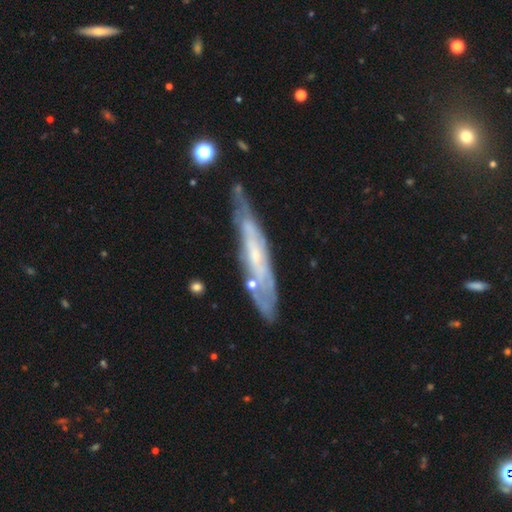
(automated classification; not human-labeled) Overall: featured or disk (73%). Edge-on disk: yes (52%; no 48%). Merging: none (64%).